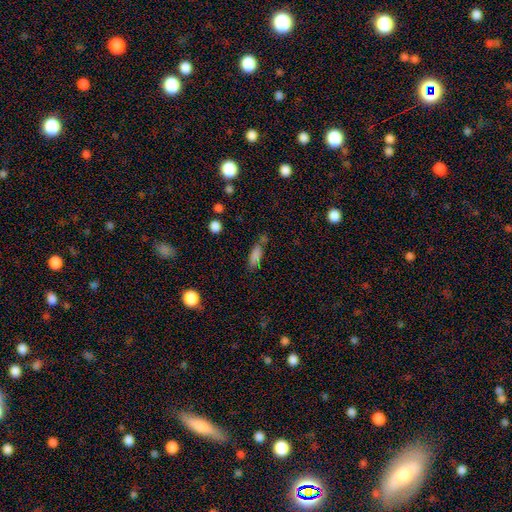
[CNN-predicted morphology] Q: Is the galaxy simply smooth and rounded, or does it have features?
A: smooth — 80%.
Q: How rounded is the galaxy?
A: in between — 65%.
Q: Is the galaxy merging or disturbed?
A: none — 60%.